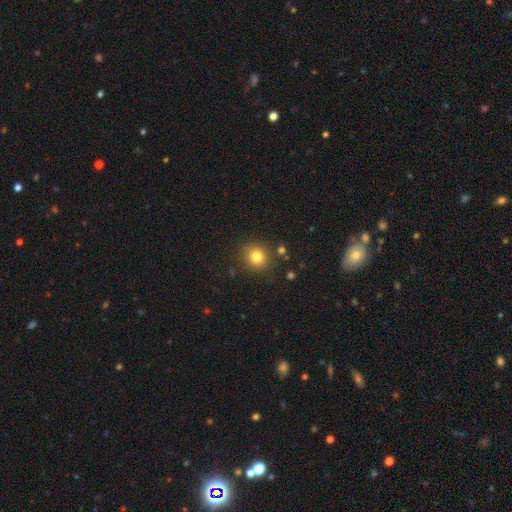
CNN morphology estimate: smooth-or-featured: smooth: 80% | star or artifact: 13% | featured or disk: 7%
  how-rounded: round: 88% | in between: 11% | cigar-shaped: 1%
  merging: none: 86% | minor disturbance: 8% | merger: 3% | major disturbance: 3%